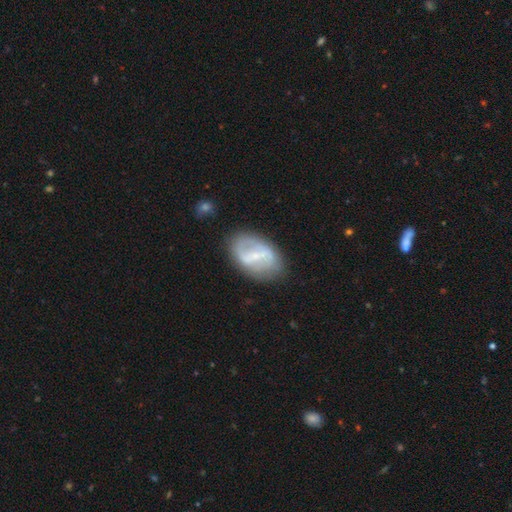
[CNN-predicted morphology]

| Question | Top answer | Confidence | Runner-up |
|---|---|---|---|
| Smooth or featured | featured or disk | 67% | smooth (26%) |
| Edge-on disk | no | 95% | yes (5%) |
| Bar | strong | 51% | weak (36%) |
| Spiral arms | yes | 54% | no (46%) |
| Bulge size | small | 63% | moderate (24%) |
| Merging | none | 71% | minor disturbance (19%) |